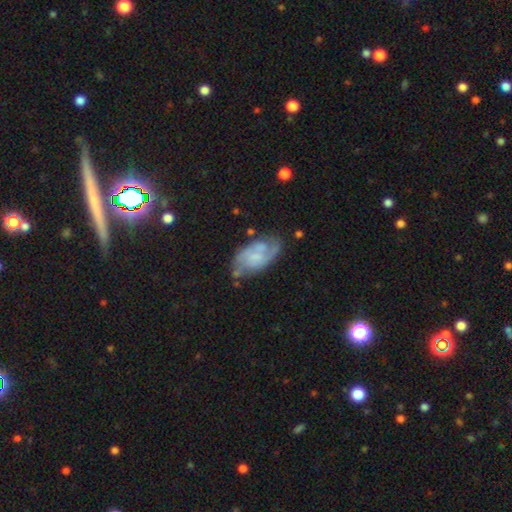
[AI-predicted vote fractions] smooth-or-featured: featured or disk: 70% | smooth: 23% | star or artifact: 7%
  disk-edge-on: no: 96% | yes: 4%
    bar: no: 62% | weak: 32% | strong: 6%
    has-spiral-arms: yes: 87% | no: 13%
      spiral-winding: medium: 45% | tight: 34% | loose: 21%
      spiral-arm-count: 2: 64% | can't tell: 20% | 3: 6% | 1: 5% | 4: 2% | more than 4: 2%
    bulge-size: small: 38% | none: 37% | moderate: 19% | large: 5% | dominant: 1%
  merging: none: 59% | minor disturbance: 25% | major disturbance: 11% | merger: 4%